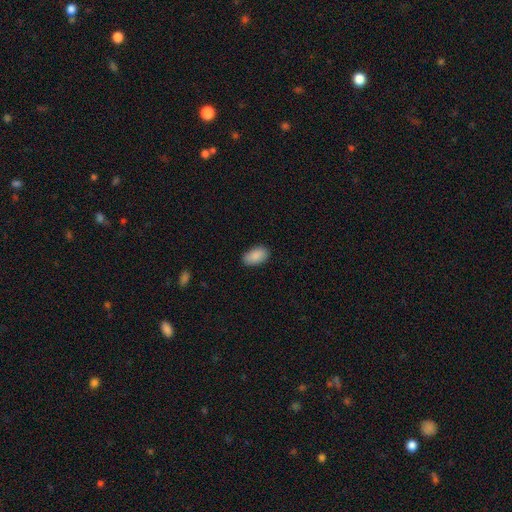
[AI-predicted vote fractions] Morphology: type=smooth (89%); roundness=in between (93%); merging=none (83%).